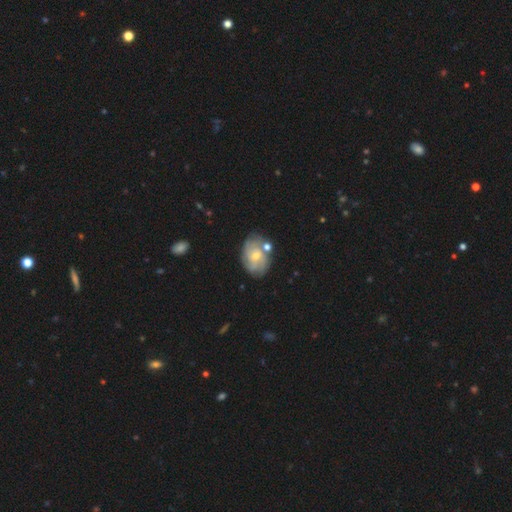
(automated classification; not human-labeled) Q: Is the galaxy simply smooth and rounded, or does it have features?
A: featured or disk — 64%.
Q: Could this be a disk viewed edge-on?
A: no — 96%.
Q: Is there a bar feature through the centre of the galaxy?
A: no — 73%.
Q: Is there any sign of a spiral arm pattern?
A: yes — 81%.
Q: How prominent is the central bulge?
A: small — 57%.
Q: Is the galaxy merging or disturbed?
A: none — 65%.